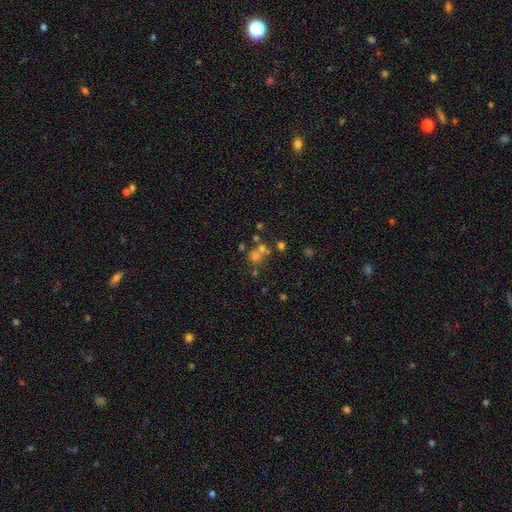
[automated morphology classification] type=smooth (53%); roundness=round (85%); merging=none (49%).